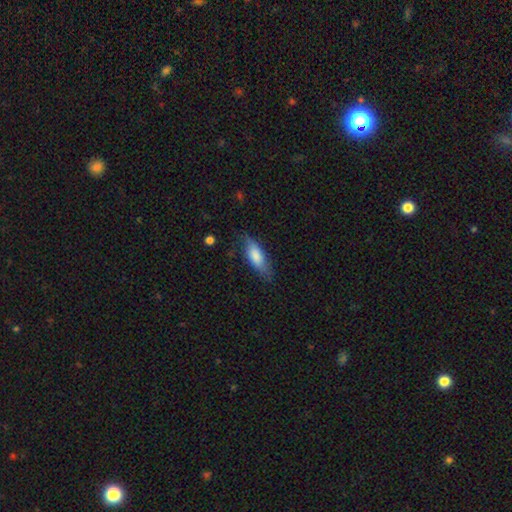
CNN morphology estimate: Overall: smooth (78%). How rounded: in between (67%; cigar-shaped 31%). Merging: none (70%).